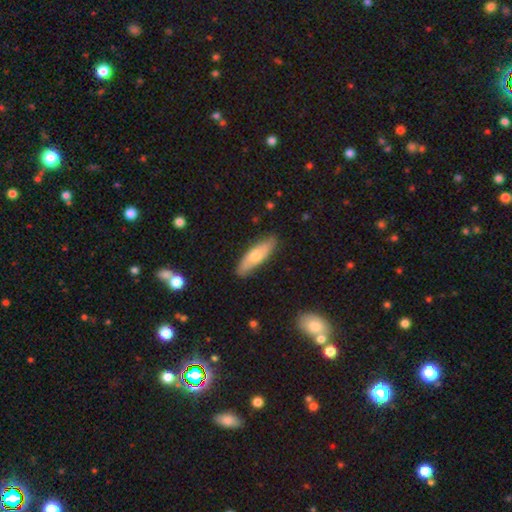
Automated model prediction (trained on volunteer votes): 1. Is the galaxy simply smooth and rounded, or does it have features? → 62% smooth, 32% featured or disk, 6% star or artifact.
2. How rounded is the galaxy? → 54% cigar-shaped, 44% in between, 2% round.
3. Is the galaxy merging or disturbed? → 84% none, 12% minor disturbance, 2% major disturbance, 1% merger.